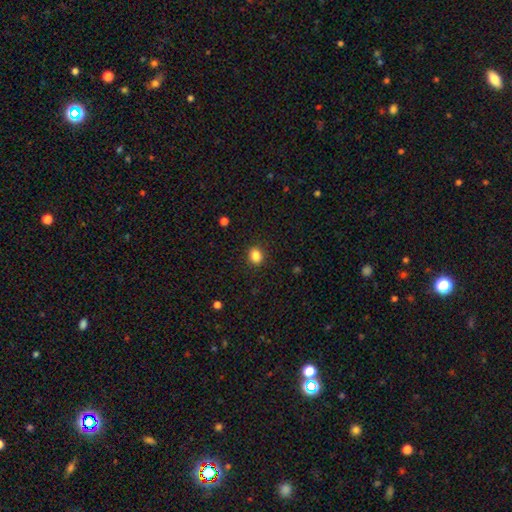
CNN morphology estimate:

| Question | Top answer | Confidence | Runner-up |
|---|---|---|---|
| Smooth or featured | smooth | 86% | star or artifact (10%) |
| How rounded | round | 57% | in between (42%) |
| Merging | none | 90% | minor disturbance (7%) |